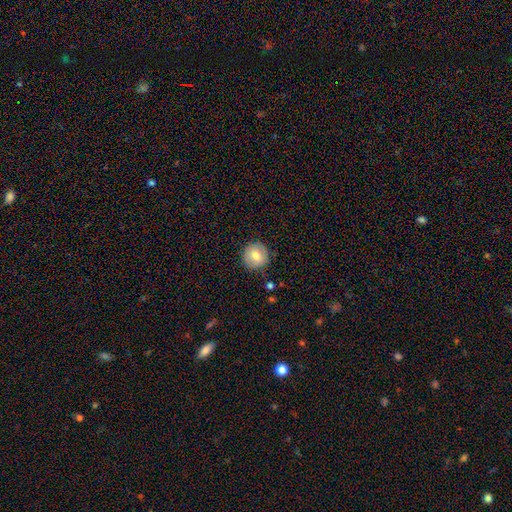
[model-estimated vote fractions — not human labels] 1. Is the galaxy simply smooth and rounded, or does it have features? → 76% smooth, 16% featured or disk, 8% star or artifact.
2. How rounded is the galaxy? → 94% round, 5% in between, 1% cigar-shaped.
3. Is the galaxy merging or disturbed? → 88% none, 8% minor disturbance, 2% major disturbance, 1% merger.